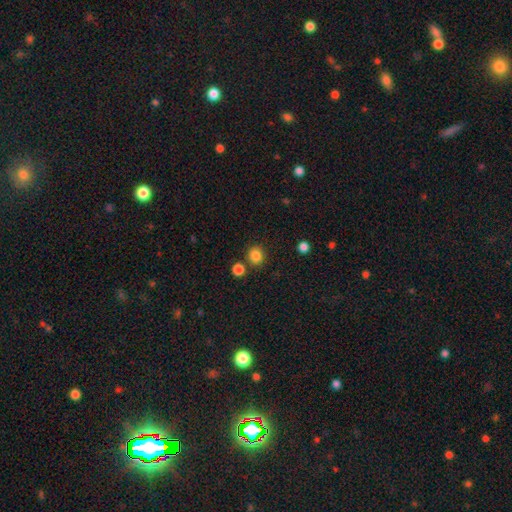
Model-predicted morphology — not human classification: Q: Smooth or featured?
A: smooth (85%); runner-up: star or artifact (12%)
Q: How rounded?
A: round (85%); runner-up: in between (14%)
Q: Merging?
A: none (82%); runner-up: minor disturbance (8%)